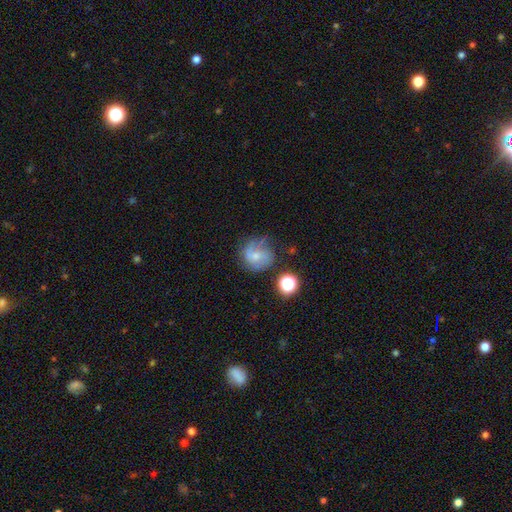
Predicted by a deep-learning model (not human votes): smooth-or-featured: featured or disk: 48% | smooth: 40% | star or artifact: 12%
  merging: none: 54% | minor disturbance: 26% | major disturbance: 15% | merger: 5%